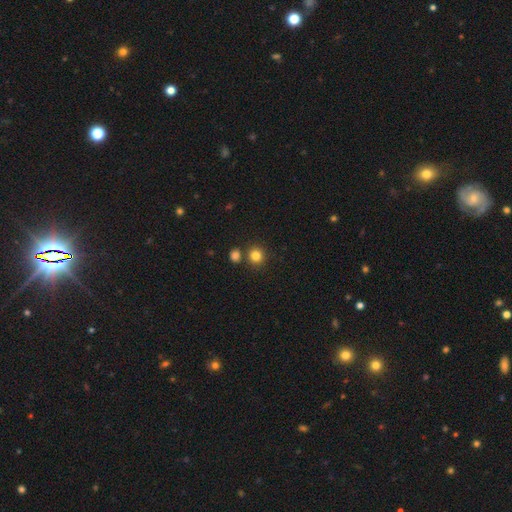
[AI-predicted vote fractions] Smooth or featured? Predicted: smooth (p=0.82). How rounded? Predicted: round (p=0.90). Merging? Predicted: none (p=0.77).